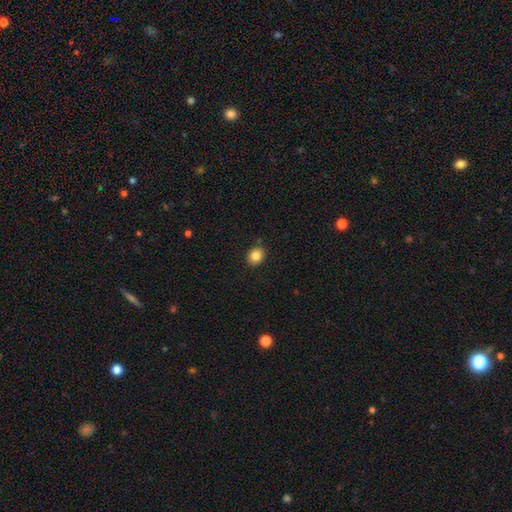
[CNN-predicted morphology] Smooth or featured? smooth (83%)
How rounded? round (59%)
Merging? none (86%)